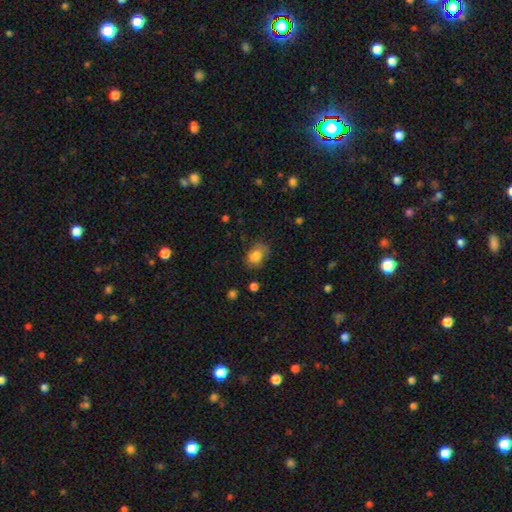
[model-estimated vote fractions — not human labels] Smooth or featured? smooth (73%)
How rounded? in between (67%)
Merging? none (58%)